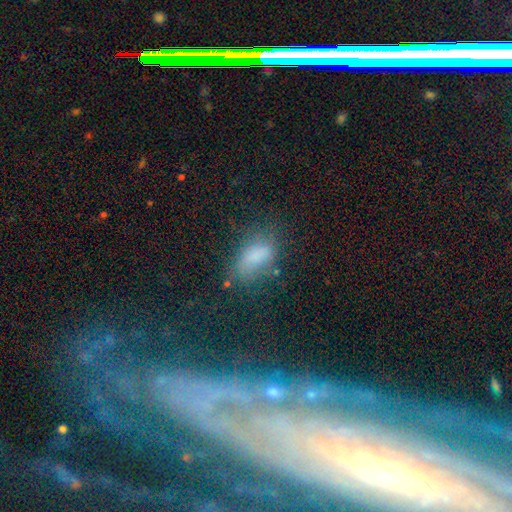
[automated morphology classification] A smooth galaxy with no disk features (72%) that is in between round and cigar-shaped (88%). Merging: none (52%).